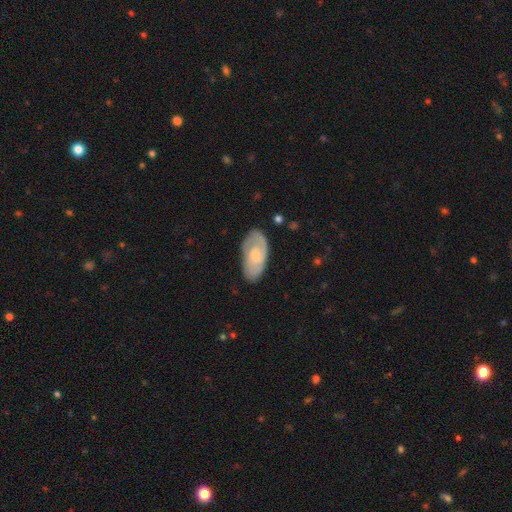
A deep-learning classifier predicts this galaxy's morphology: Smooth or featured? featured or disk (59%)
Edge-on disk? no (94%)
Bar? no (65%)
Spiral arms? yes (82%)
Bulge size? small (51%)
Merging? none (73%)